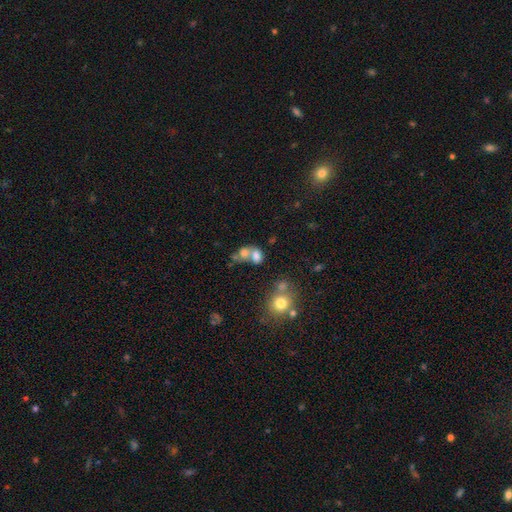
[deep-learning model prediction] Smooth or featured? smooth (71%)
How rounded? in between (64%)
Merging? merger (58%)